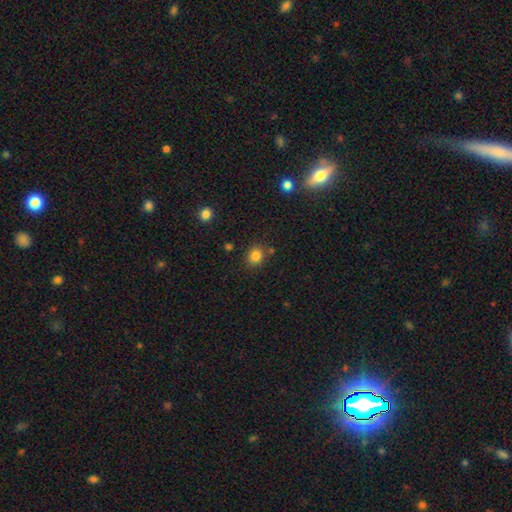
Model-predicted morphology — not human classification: This appears to be a smooth galaxy with no disk features (83%) that is round (74%). Merging: none (81%).